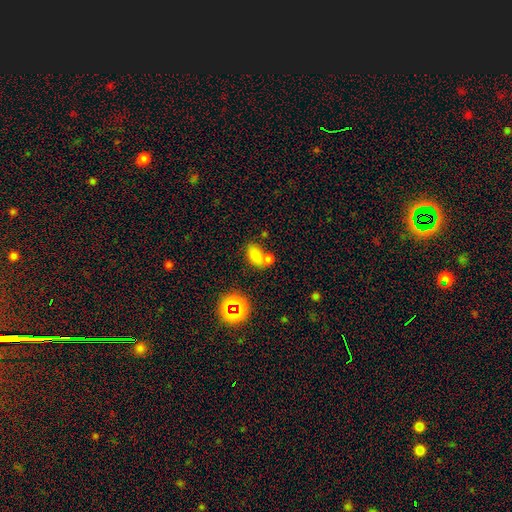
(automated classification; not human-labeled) Smooth or featured? Predicted: smooth (p=0.73). How rounded? Predicted: in between (p=0.82). Merging? Predicted: merger (p=0.48).